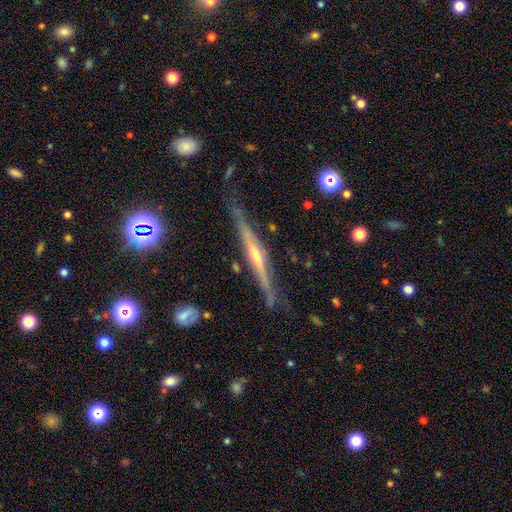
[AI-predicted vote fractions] Q: Smooth or featured?
A: featured or disk (78%); runner-up: smooth (14%)
Q: Edge-on disk?
A: yes (97%); runner-up: no (3%)
Q: Edge-on bulge?
A: rounded (69%); runner-up: none (24%)
Q: Merging?
A: none (80%); runner-up: minor disturbance (14%)